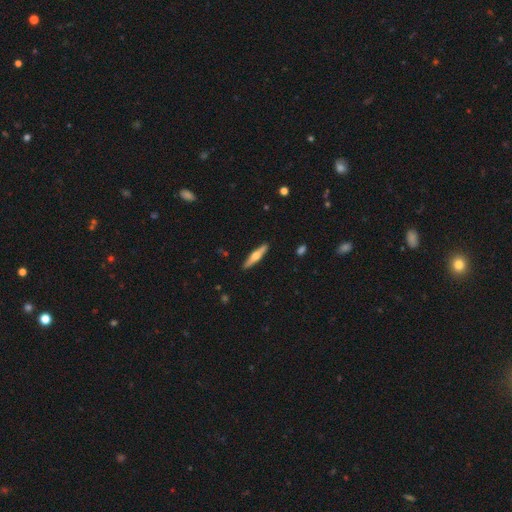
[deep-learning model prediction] Overall: featured or disk (54%; smooth 41%). Edge-on disk: yes (95%). Edge-on bulge: rounded (91%). Merging: none (91%).